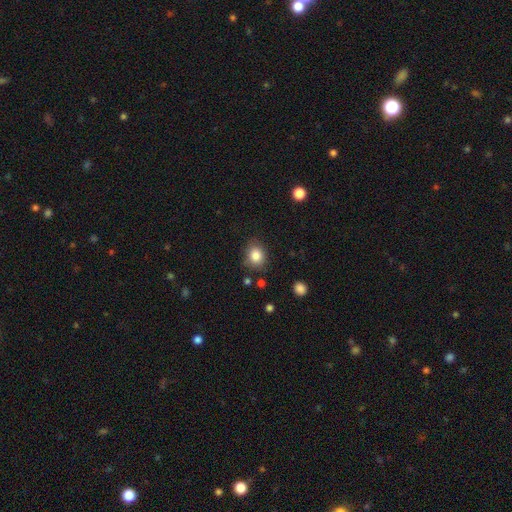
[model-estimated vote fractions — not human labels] Overall: smooth (84%). How rounded: round (62%; in between 37%). Merging: none (77%).